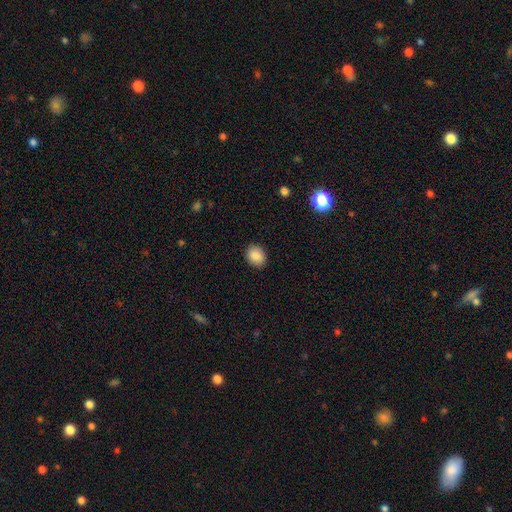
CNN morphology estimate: Smooth or featured: smooth — 89% (star or artifact — 8%)
How rounded: in between — 54% (round — 45%)
Merging: none — 89% (minor disturbance — 8%)